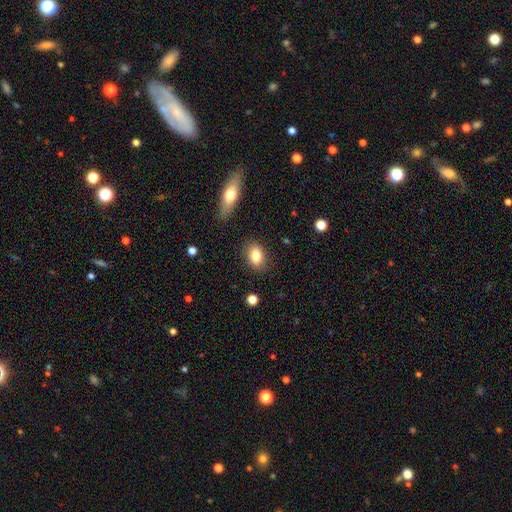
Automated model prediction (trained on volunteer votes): This is clearly a smooth galaxy (83%). How rounded: clearly in between (80%). Merging: clearly none (85%).